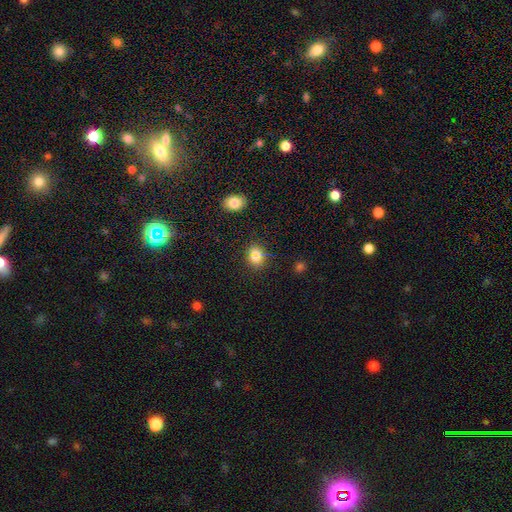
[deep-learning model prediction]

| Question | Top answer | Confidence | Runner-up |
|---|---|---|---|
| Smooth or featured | smooth | 83% | star or artifact (11%) |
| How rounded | in between | 58% | round (41%) |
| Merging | none | 74% | minor disturbance (15%) |